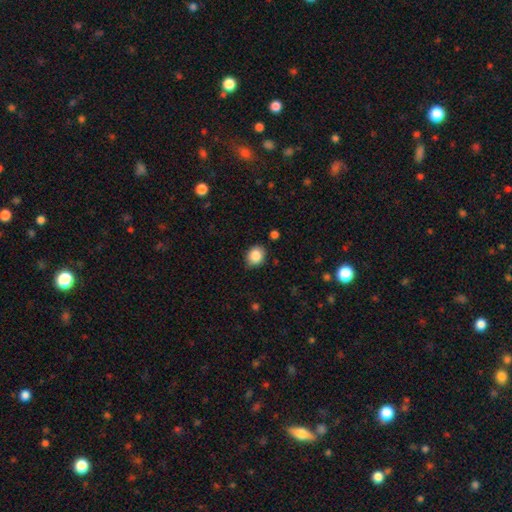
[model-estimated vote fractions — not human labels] This appears to be a smooth galaxy with no disk features (87%) that is in between round and cigar-shaped (52%). Merging: none (84%).